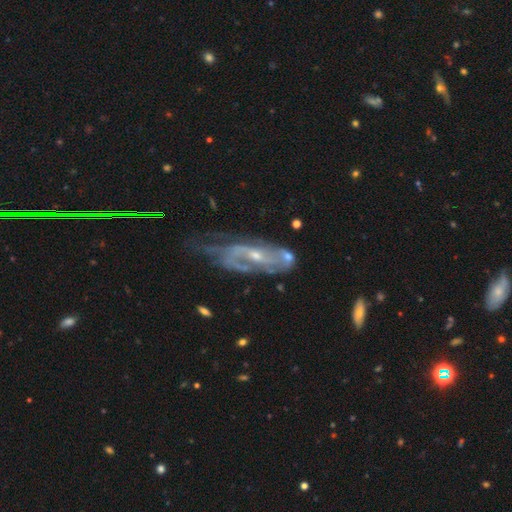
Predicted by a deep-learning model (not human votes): The model was most divided on "spiral winding": medium: 41%, tight: 36%, loose: 23%. Remaining: edge-on disk — no (86%); spiral arms — yes (82%); smooth or featured — featured or disk (80%); bulge size — small (61%); spiral arm count — 2 (47%); bar — no (46%); merging — none (40%).